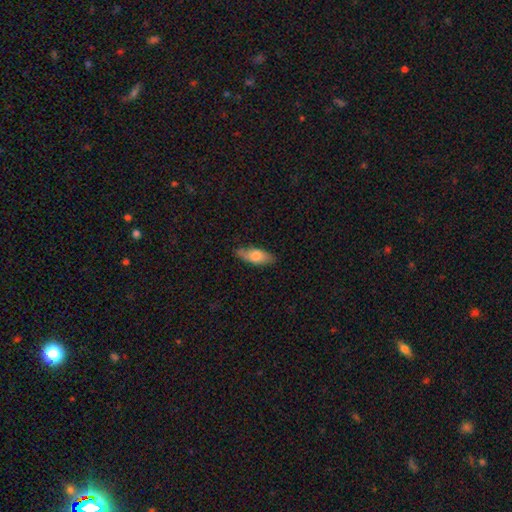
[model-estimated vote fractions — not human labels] Morphology: type=smooth (73%); roundness=in between (76%); merging=none (78%).